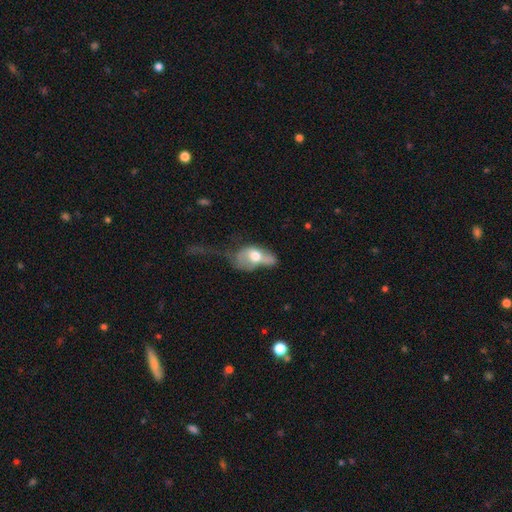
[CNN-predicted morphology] Smooth or featured? Predicted: smooth (p=0.54). How rounded? Predicted: in between (p=0.83). Merging? Predicted: major disturbance (p=0.50).